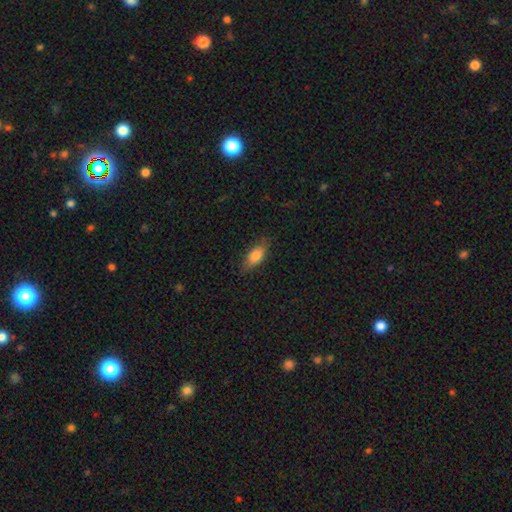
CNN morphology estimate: A smooth galaxy with no disk features (78%) that is in between round and cigar-shaped (78%). Merging: none (78%).